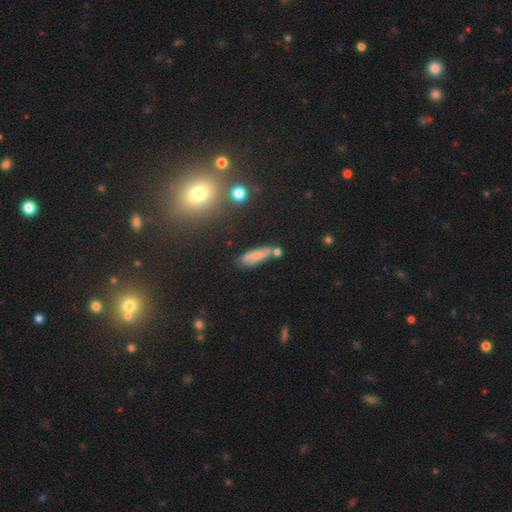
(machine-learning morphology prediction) The model was most divided on "how rounded": cigar-shaped: 59%, in between: 38%, round: 3%. More confident: smooth or featured — smooth (68%); merging — none (64%).